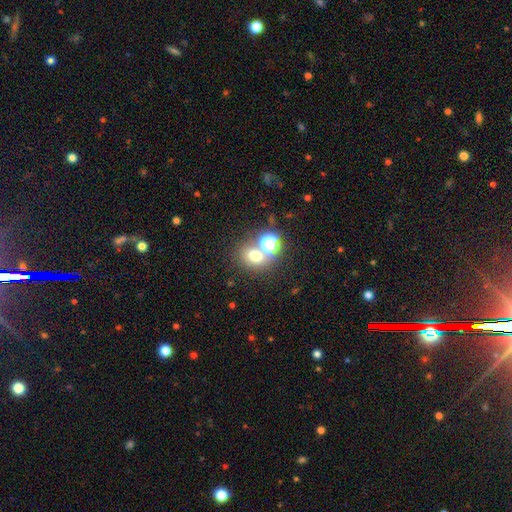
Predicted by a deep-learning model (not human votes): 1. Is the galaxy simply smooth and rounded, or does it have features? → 64% smooth, 24% star or artifact, 11% featured or disk.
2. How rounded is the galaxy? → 62% round, 37% in between, 1% cigar-shaped.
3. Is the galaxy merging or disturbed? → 56% none, 30% merger, 9% minor disturbance, 5% major disturbance.